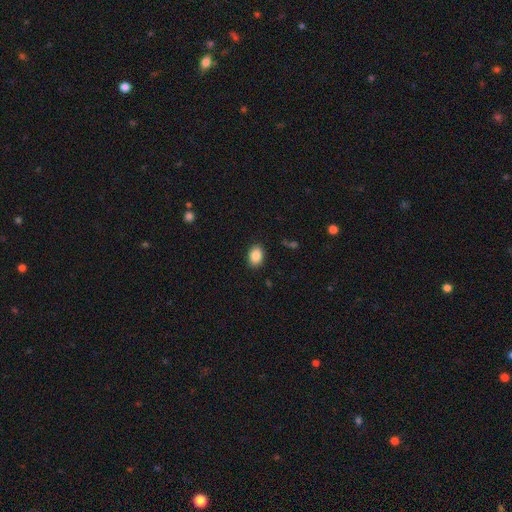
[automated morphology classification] A smooth galaxy with no disk features (88%) that is in between round and cigar-shaped (75%).

Vote fractions:
- Smooth or featured? smooth: 88% / star or artifact: 8% / featured or disk: 4%
- How rounded? in between: 75% / round: 24% / cigar-shaped: 1%
- Merging? none: 89% / minor disturbance: 8% / major disturbance: 2% / merger: 1%